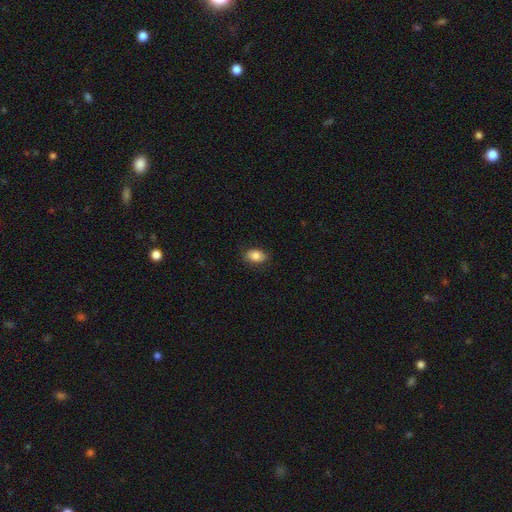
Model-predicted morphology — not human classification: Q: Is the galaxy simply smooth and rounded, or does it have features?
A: smooth — 85%.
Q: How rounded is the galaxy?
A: in between — 84%.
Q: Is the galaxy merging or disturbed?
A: none — 84%.